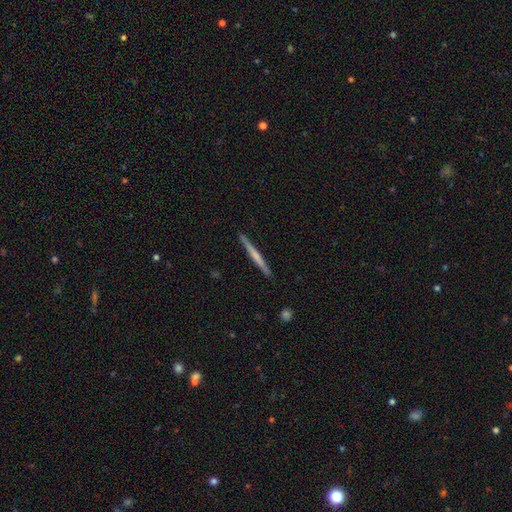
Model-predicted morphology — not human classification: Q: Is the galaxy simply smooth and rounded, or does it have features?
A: smooth — 48%.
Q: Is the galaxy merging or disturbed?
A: none — 91%.